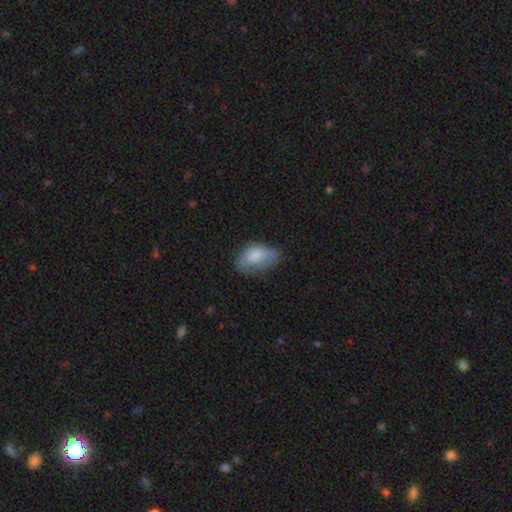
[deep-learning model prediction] A smooth galaxy with no disk features (74%) that is in between round and cigar-shaped (91%).

Vote fractions:
- Smooth or featured? smooth: 74% / featured or disk: 19% / star or artifact: 7%
- How rounded? in between: 91% / round: 8% / cigar-shaped: 2%
- Merging? none: 42% / minor disturbance: 37% / major disturbance: 19% / merger: 2%